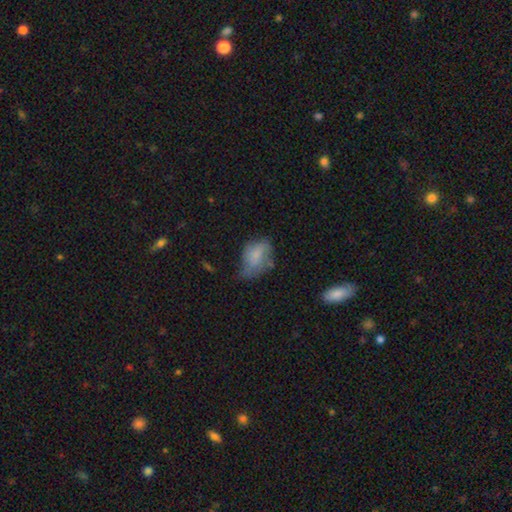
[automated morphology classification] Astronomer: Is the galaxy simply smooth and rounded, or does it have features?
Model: smooth — 66%.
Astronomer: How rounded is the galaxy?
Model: in between — 85%.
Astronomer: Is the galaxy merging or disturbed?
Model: minor disturbance — 39% (runner-up: none, 34%).